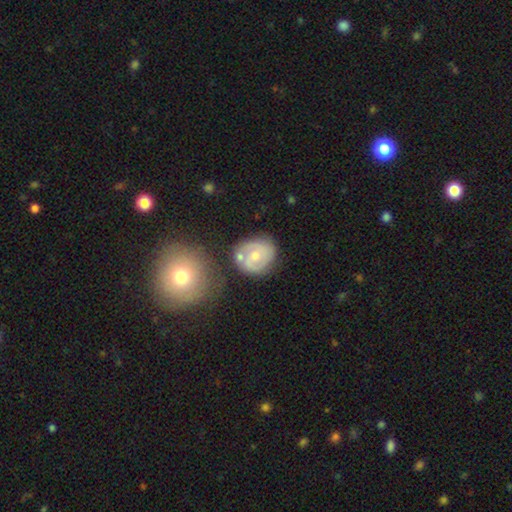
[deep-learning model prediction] This appears to be a featured or disk galaxy (63%) with no bar (60%), spiral arms (80%) and a moderate central bulge (48%). Merging: none (56%).